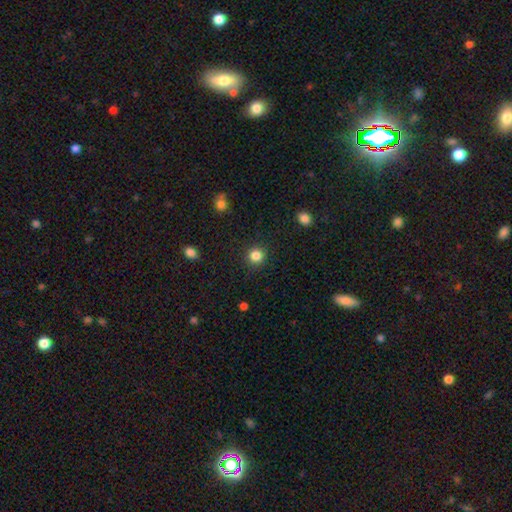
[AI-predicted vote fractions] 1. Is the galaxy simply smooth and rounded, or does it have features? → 84% smooth, 12% star or artifact, 4% featured or disk.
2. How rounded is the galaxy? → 92% round, 7% in between, 1% cigar-shaped.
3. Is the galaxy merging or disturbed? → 91% none, 6% minor disturbance, 2% major disturbance, 1% merger.